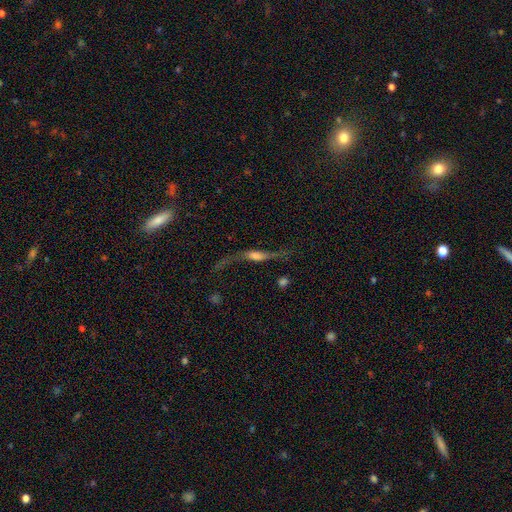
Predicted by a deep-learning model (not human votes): Morphology: type=featured or disk (68%); edge-on=yes (56%); merging=none (51%).